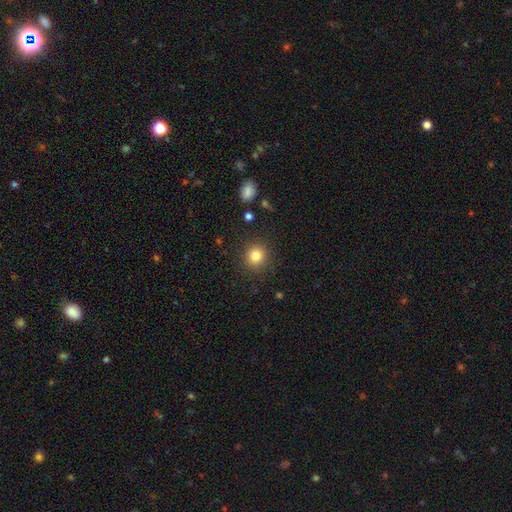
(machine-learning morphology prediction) A smooth galaxy with no disk features (83%) that is round (92%). Merging: none (89%).